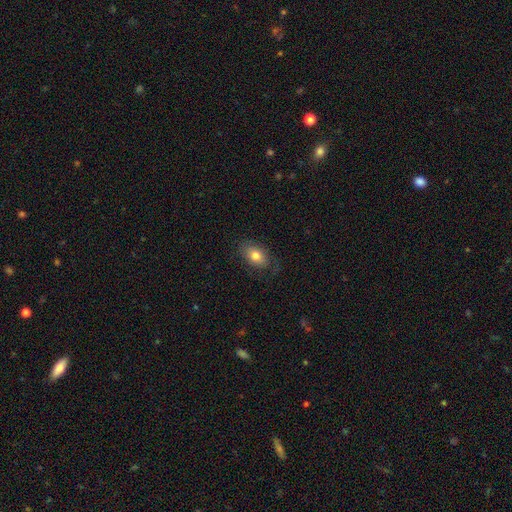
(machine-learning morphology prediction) smooth 77%, featured or disk 15%, star or artifact 8%. Down the decision tree: how rounded — in between (87%); merging — none (76%).